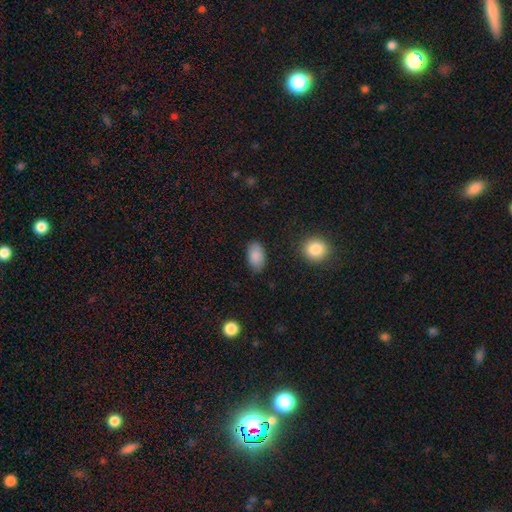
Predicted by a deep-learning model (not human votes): Smooth or featured? Predicted: smooth (p=0.88). How rounded? Predicted: in between (p=0.92). Merging? Predicted: none (p=0.83).